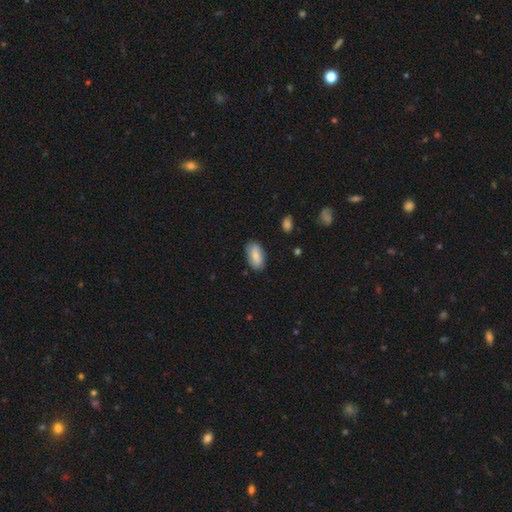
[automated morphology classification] Smooth or featured?
  - smooth: 75% *
  - featured or disk: 18%
  - star or artifact: 7%
How rounded?
  - in between: 92% *
  - cigar-shaped: 4%
  - round: 4%
Merging?
  - none: 79% *
  - minor disturbance: 16%
  - major disturbance: 3%
  - merger: 2%